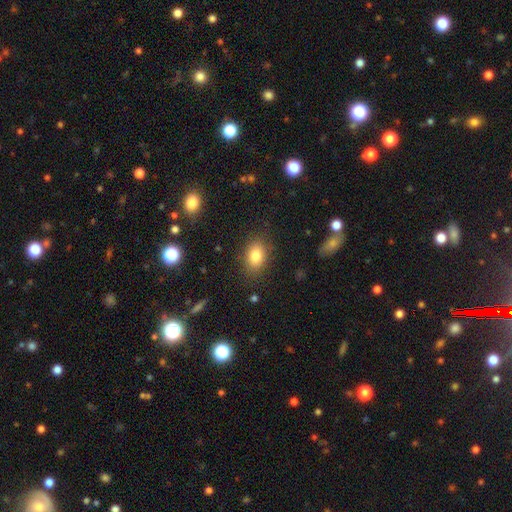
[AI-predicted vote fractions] The model was most divided on "how rounded": in between: 79%, round: 20%, cigar-shaped: 1%. More confident: merging — none (83%); smooth or featured — smooth (82%).